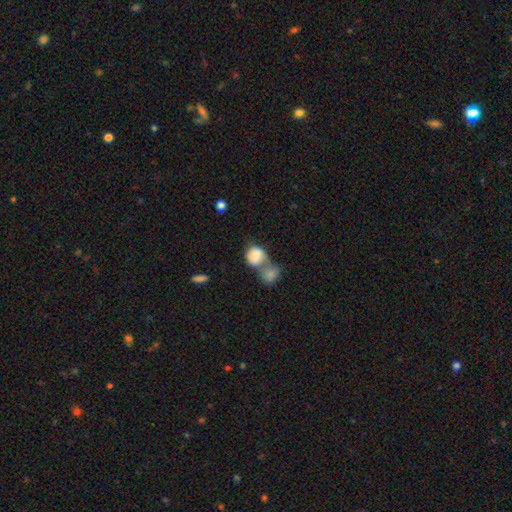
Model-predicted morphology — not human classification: This is clearly a smooth galaxy (83%). How rounded: likely round (61%). Merging: likely merger (71%).